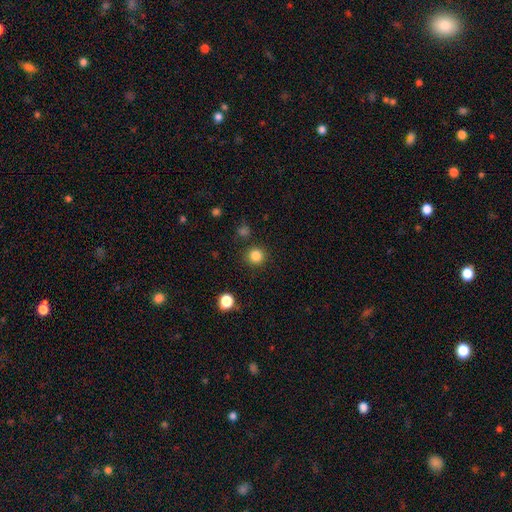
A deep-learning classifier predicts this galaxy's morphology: Smooth or featured: smooth — 84% (star or artifact — 12%)
How rounded: round — 94% (in between — 5%)
Merging: none — 89% (minor disturbance — 6%)